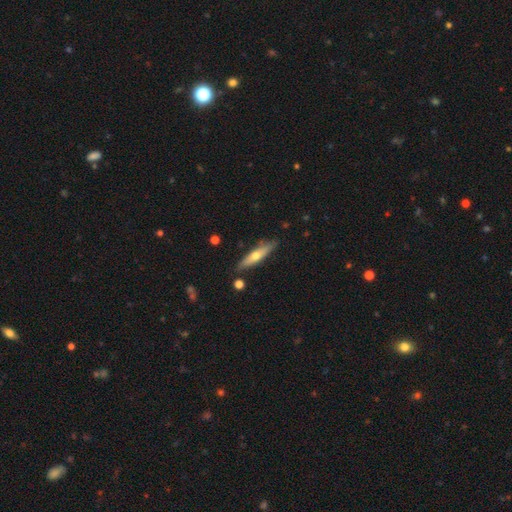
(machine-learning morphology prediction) smooth_or_featured: smooth (p=0.48) [alt: featured or disk p=0.47]
merging: none (p=0.85) [alt: minor disturbance p=0.11]